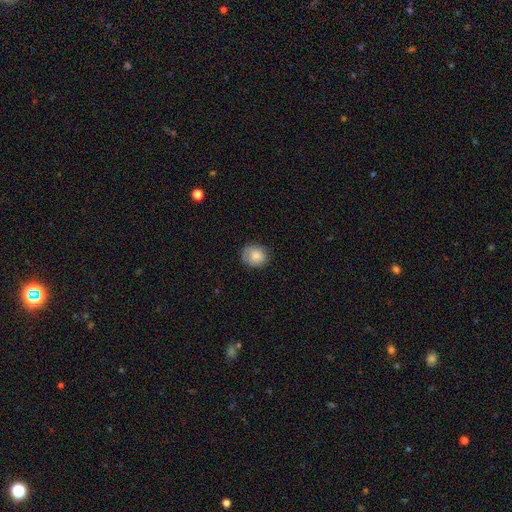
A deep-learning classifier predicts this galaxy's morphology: A smooth galaxy with no disk features (83%) that is round (70%).

Vote fractions:
- Smooth or featured? smooth: 83% / featured or disk: 9% / star or artifact: 8%
- How rounded? round: 70% / in between: 29% / cigar-shaped: 1%
- Merging? none: 77% / minor disturbance: 18% / major disturbance: 4% / merger: 1%